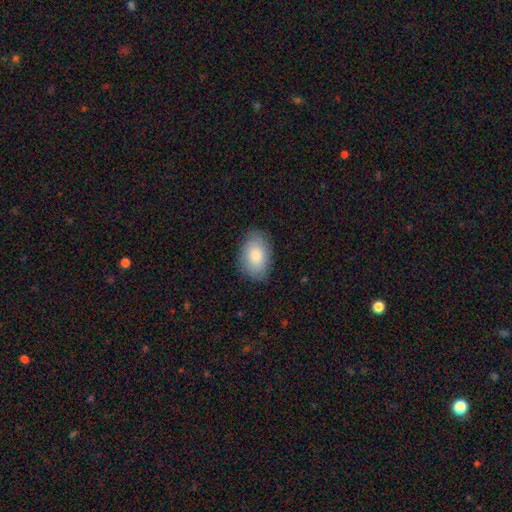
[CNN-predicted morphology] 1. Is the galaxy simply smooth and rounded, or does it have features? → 80% smooth, 14% featured or disk, 6% star or artifact.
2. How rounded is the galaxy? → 89% in between, 10% round, 1% cigar-shaped.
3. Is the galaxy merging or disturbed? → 82% none, 14% minor disturbance, 3% major disturbance, 1% merger.